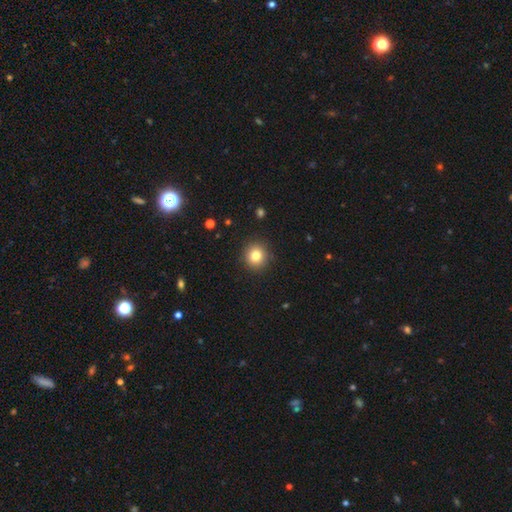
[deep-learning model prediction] A smooth galaxy with no disk features (82%) that is round (91%).

Vote fractions:
- Smooth or featured? smooth: 82% / star or artifact: 11% / featured or disk: 7%
- How rounded? round: 91% / in between: 8% / cigar-shaped: 1%
- Merging? none: 91% / minor disturbance: 6% / major disturbance: 2% / merger: 1%